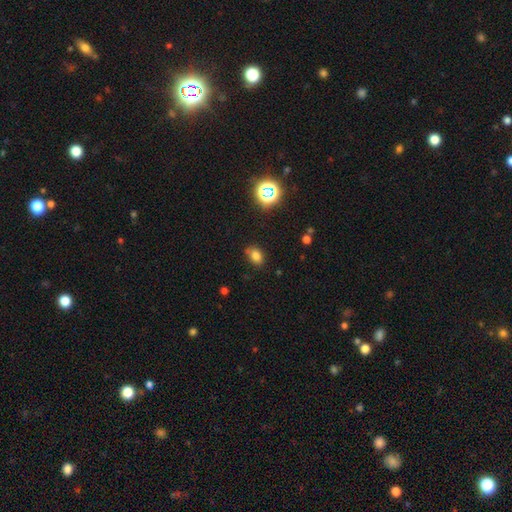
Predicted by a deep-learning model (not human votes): This appears to be a smooth galaxy with no disk features (77%) that is in between round and cigar-shaped (72%). Merging: none (71%).